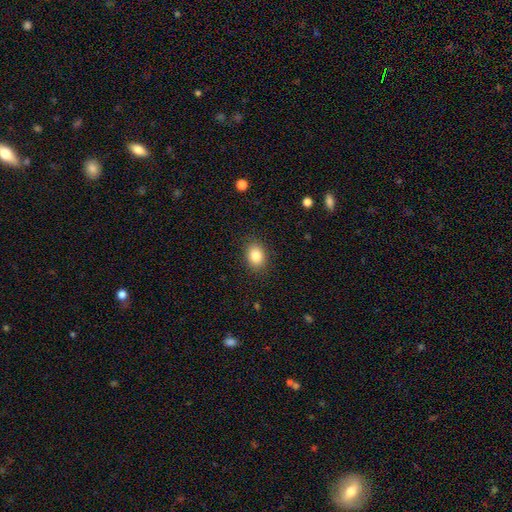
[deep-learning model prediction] smooth 84%, star or artifact 9%, featured or disk 7%. Down the decision tree: how rounded — in between (61%); merging — none (87%).